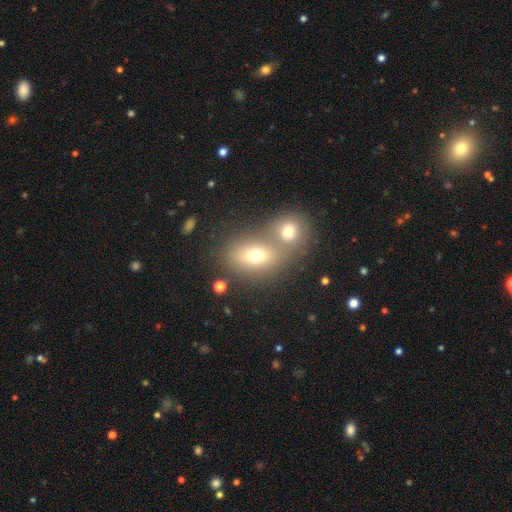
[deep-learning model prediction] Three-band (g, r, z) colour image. It shows a smooth galaxy with no disk features (70%) that is in between round and cigar-shaped (62%). Merging: merger (54%).